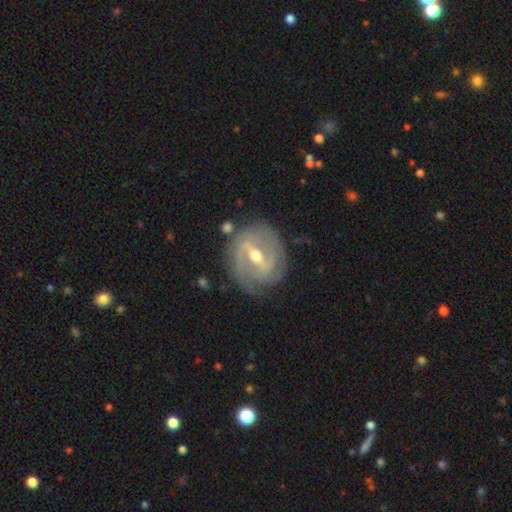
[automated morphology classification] A featured or disk galaxy (88%) with a strong bar (55%), 2 (57%) tight (56%) spiral arms (92%) and a moderate central bulge (69%). Merging: none (78%).